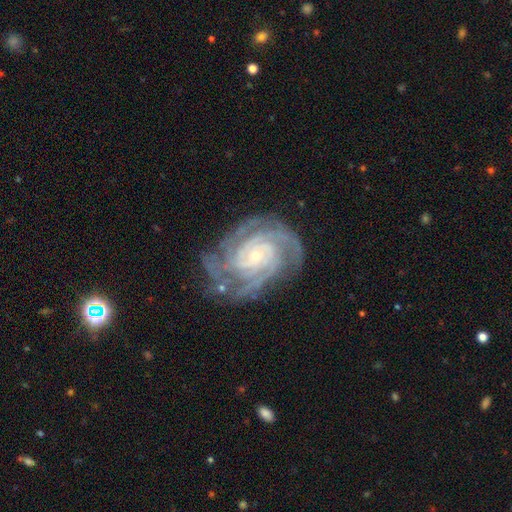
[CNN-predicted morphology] Q: Smooth or featured?
A: featured or disk (92%); runner-up: star or artifact (5%)
Q: Edge-on disk?
A: no (98%); runner-up: yes (2%)
Q: Bar?
A: no (67%); runner-up: weak (24%)
Q: Spiral arms?
A: yes (98%); runner-up: no (2%)
Q: Spiral winding?
A: tight (73%); runner-up: medium (24%)
Q: Spiral arm count?
A: 4 (30%); runner-up: 3 (26%)
Q: Bulge size?
A: small (79%); runner-up: moderate (18%)
Q: Merging?
A: none (73%); runner-up: minor disturbance (18%)